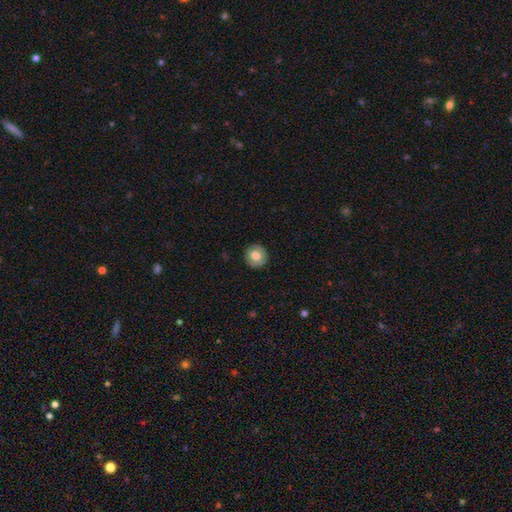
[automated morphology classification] Overall: smooth (75%). How rounded: round (93%). Merging: none (91%).